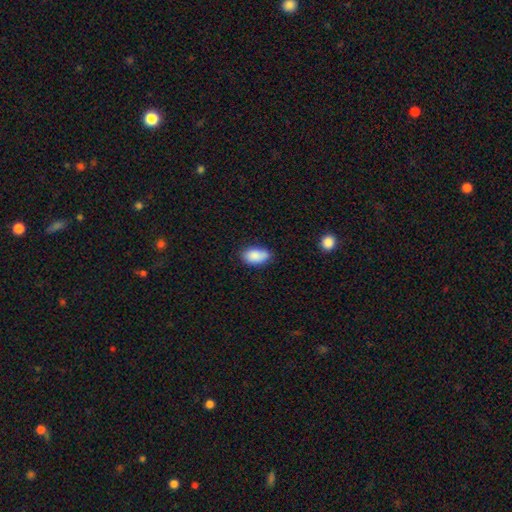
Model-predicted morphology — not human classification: The model was most divided on "merging": none: 68%, minor disturbance: 25%, major disturbance: 4%, merger: 3%. More confident: how rounded — in between (92%); smooth or featured — smooth (87%).